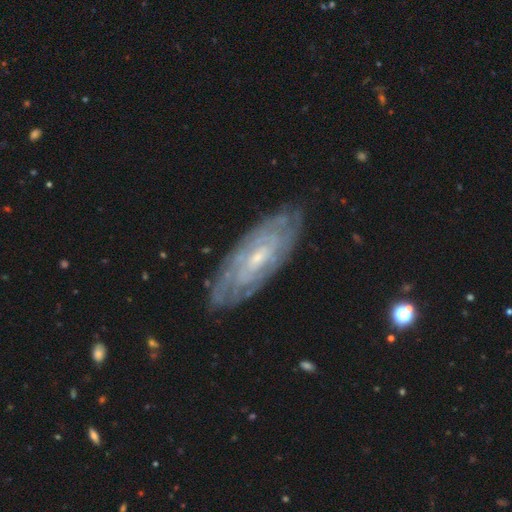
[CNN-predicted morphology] This is likely a featured or disk galaxy (77%). It is clearly not viewed edge-on (84%). Bar: possibly no (46%). Spiral arm pattern: clearly yes (86%). Spiral arm count: likely can't tell (65%). Spiral winding: likely tight (77%). Central bulge: likely small (62%). Merging: clearly none (82%).